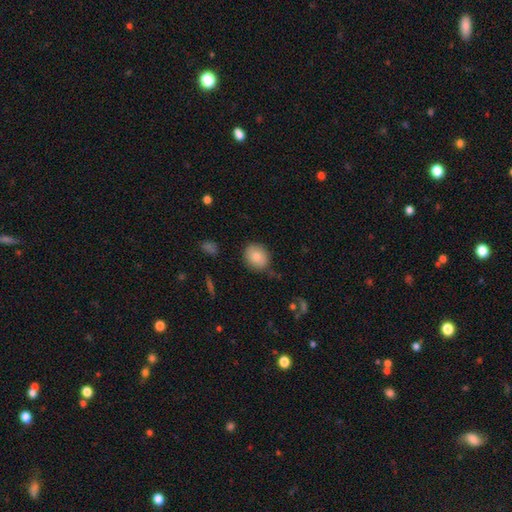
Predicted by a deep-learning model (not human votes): smooth-or-featured: smooth: 81% | featured or disk: 11% | star or artifact: 8%
  how-rounded: round: 75% | in between: 24% | cigar-shaped: 1%
  merging: none: 74% | minor disturbance: 20% | major disturbance: 4% | merger: 3%